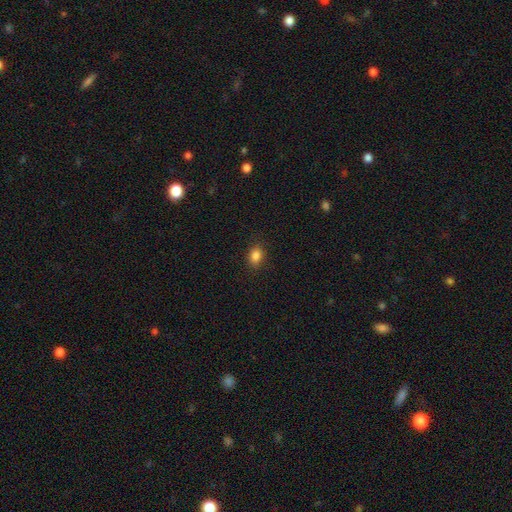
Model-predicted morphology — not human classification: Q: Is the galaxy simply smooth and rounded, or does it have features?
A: smooth — 85%.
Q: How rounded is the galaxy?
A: in between — 66%.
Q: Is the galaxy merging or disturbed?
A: none — 87%.